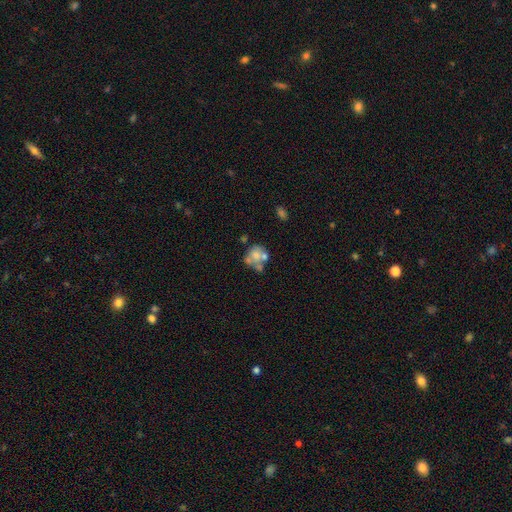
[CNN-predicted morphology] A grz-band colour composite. It shows a smooth galaxy with no disk features (48%). Merging: merger (36%).